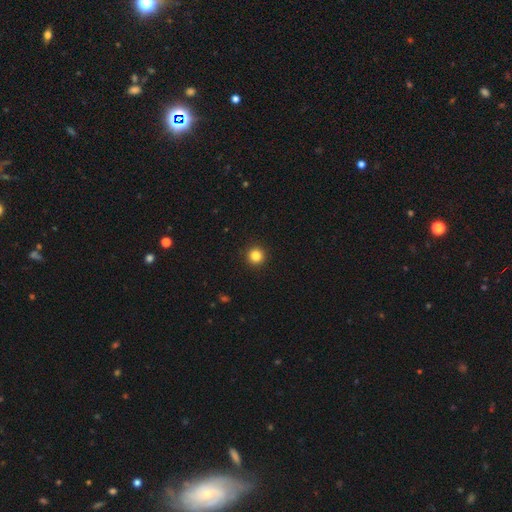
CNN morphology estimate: Q: Smooth or featured?
A: smooth (84%); runner-up: star or artifact (12%)
Q: How rounded?
A: round (96%); runner-up: in between (3%)
Q: Merging?
A: none (94%); runner-up: minor disturbance (4%)